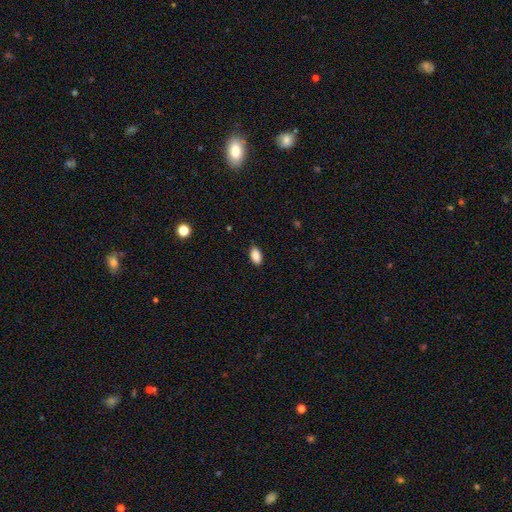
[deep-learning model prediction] Q: Smooth or featured?
A: smooth (89%); runner-up: star or artifact (8%)
Q: How rounded?
A: in between (93%); runner-up: round (4%)
Q: Merging?
A: none (87%); runner-up: minor disturbance (10%)